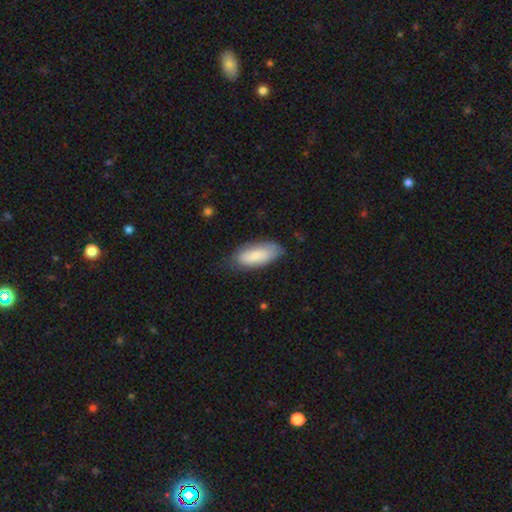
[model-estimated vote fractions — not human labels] smooth_or_featured: smooth (p=0.75) [alt: featured or disk p=0.19]
how_rounded: in between (p=0.85) [alt: cigar-shaped p=0.13]
merging: none (p=0.67) [alt: minor disturbance p=0.25]